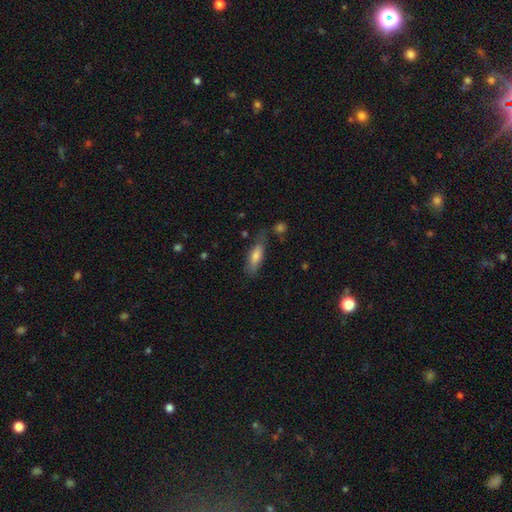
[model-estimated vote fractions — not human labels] Smooth or featured? smooth (69%)
How rounded? cigar-shaped (50%)
Merging? none (66%)